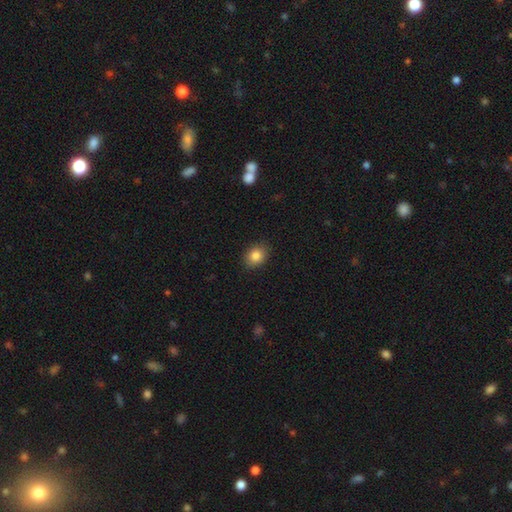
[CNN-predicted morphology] A smooth galaxy with no disk features (84%) that is in between round and cigar-shaped (52%). Merging: none (88%).